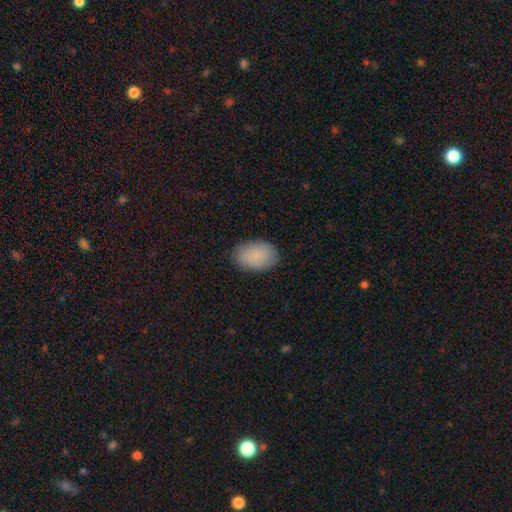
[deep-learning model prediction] This is clearly a smooth galaxy (88%). How rounded: clearly in between (82%). Merging: clearly none (86%).